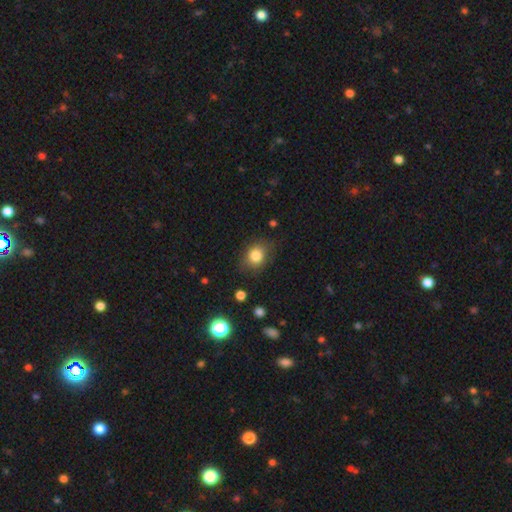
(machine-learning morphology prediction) The model was most divided on "how rounded": round: 57%, in between: 41%, cigar-shaped: 1%. More confident: smooth or featured — smooth (82%); merging — none (76%).